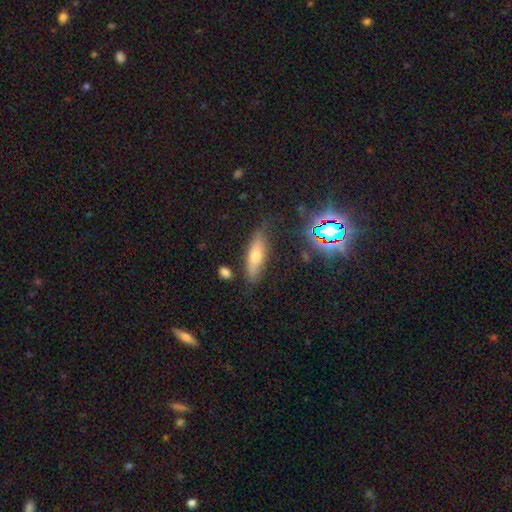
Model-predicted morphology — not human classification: Overall: smooth (55%; featured or disk 32%). How rounded: cigar-shaped (58%; in between 39%). Merging: none (79%).